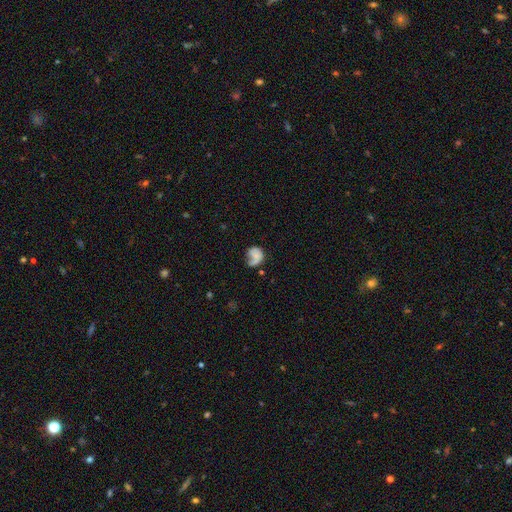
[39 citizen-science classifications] smooth 51%, featured or disk 36%, star or artifact 13%. Down the decision tree: how rounded — in between (65%); merging — major disturbance (32%).